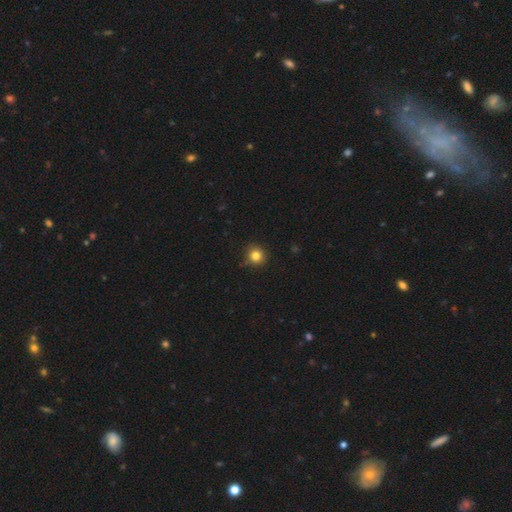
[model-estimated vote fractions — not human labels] This is clearly a smooth galaxy (83%). How rounded: clearly round (91%). Merging: clearly none (87%).